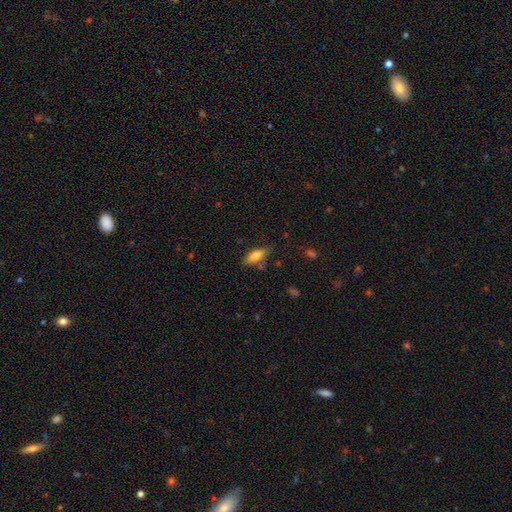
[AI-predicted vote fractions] Smooth or featured?
  - smooth: 77% *
  - featured or disk: 15%
  - star or artifact: 7%
How rounded?
  - in between: 78% *
  - cigar-shaped: 20%
  - round: 3%
Merging?
  - none: 71% *
  - minor disturbance: 20%
  - merger: 5%
  - major disturbance: 5%